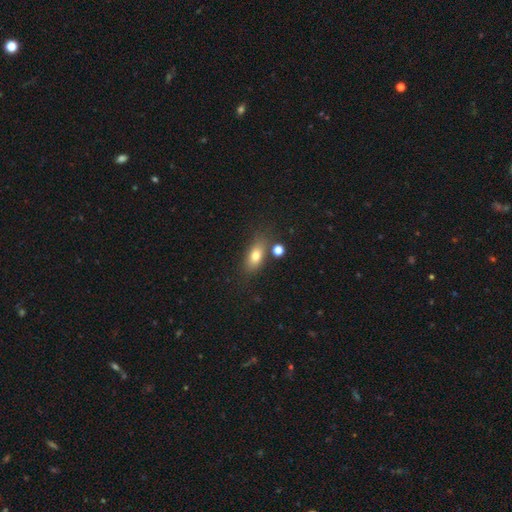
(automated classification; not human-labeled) Smooth or featured: smooth — 76% (featured or disk — 14%)
How rounded: in between — 79% (cigar-shaped — 11%)
Merging: none — 70% (minor disturbance — 15%)